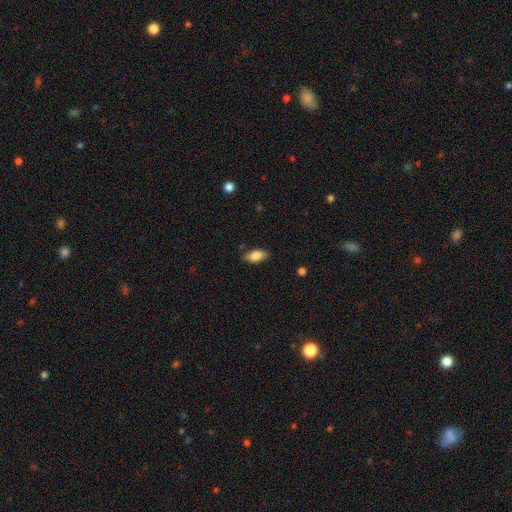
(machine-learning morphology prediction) This is clearly a smooth galaxy (84%). How rounded: clearly in between (89%). Merging: clearly none (81%).